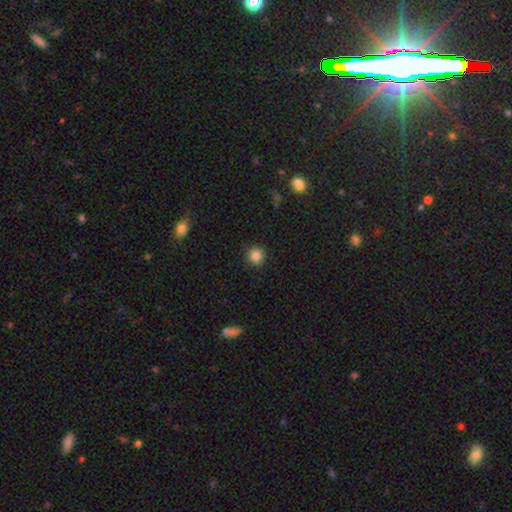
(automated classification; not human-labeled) Q: Smooth or featured?
A: smooth (85%); runner-up: star or artifact (11%)
Q: How rounded?
A: round (93%); runner-up: in between (6%)
Q: Merging?
A: none (89%); runner-up: minor disturbance (7%)